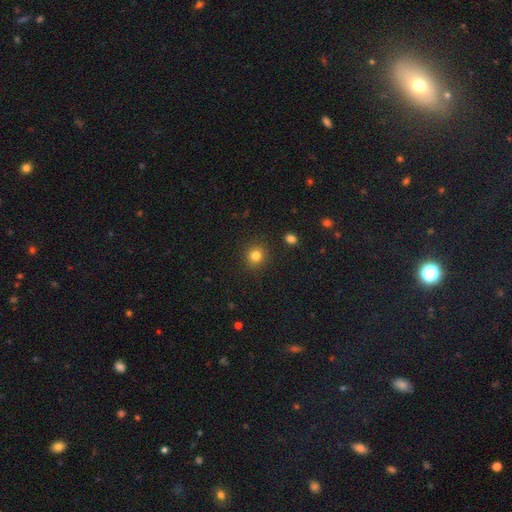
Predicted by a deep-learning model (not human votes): smooth_or_featured: smooth (p=0.82) [alt: star or artifact p=0.13]
how_rounded: round (p=0.88) [alt: in between p=0.11]
merging: none (p=0.90) [alt: minor disturbance p=0.06]